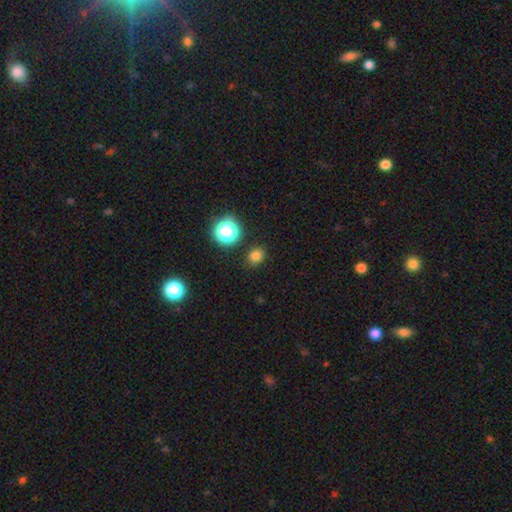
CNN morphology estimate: This is likely a smooth galaxy (77%). How rounded: likely round (62%). Merging: clearly none (88%).